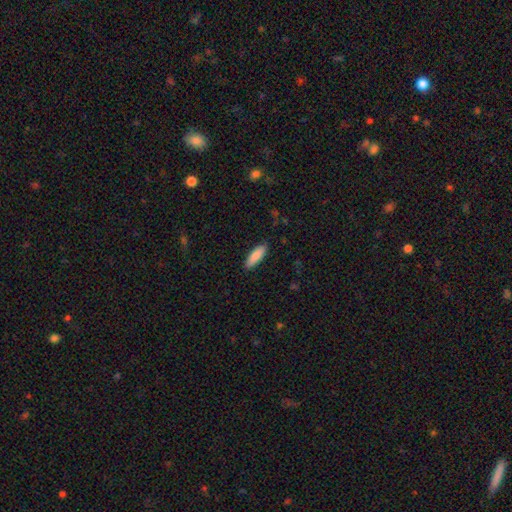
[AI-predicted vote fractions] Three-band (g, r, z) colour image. It shows a smooth galaxy with no disk features (87%) that is in between round and cigar-shaped (51%). Merging: none (88%).